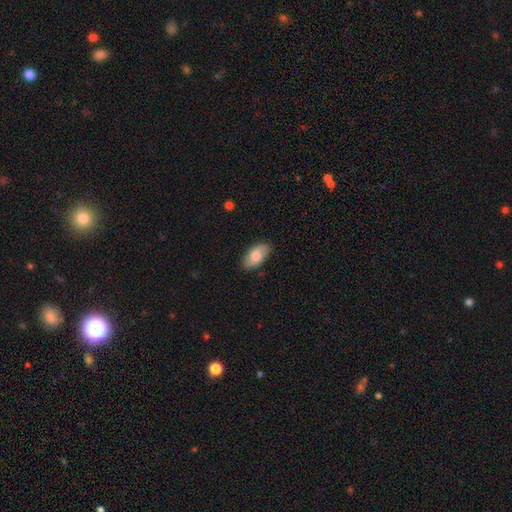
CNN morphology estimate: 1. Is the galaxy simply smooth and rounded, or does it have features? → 73% smooth, 21% featured or disk, 6% star or artifact.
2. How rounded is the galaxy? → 94% in between, 3% round, 2% cigar-shaped.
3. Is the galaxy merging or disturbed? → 85% none, 12% minor disturbance, 2% major disturbance, 1% merger.